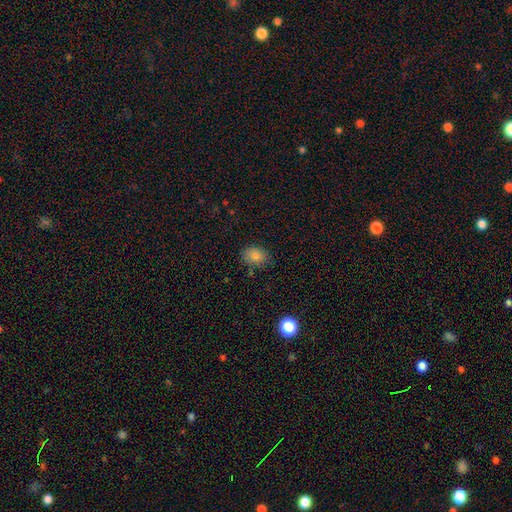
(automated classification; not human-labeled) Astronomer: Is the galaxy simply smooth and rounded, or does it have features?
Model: smooth — 83%.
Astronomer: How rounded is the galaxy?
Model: in between — 67%.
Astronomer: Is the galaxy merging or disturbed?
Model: none — 79%.